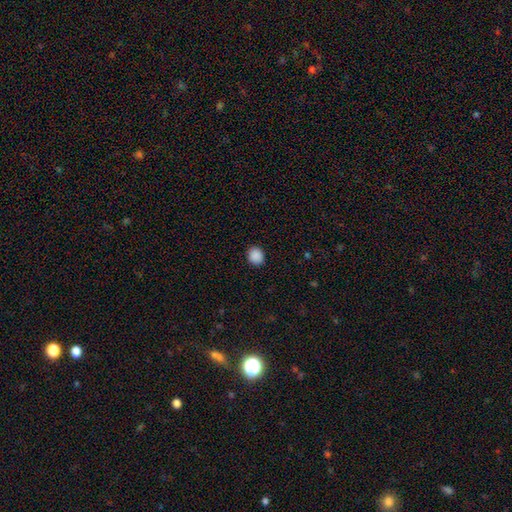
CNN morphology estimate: A smooth galaxy with no disk features (89%) that is round (75%). Merging: none (90%).